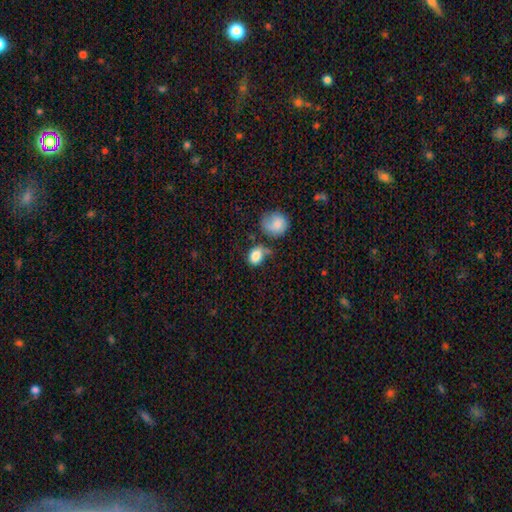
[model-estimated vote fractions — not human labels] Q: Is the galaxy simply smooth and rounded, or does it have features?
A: smooth — 83%.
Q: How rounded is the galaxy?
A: in between — 59%.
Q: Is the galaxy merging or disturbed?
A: none — 44%.